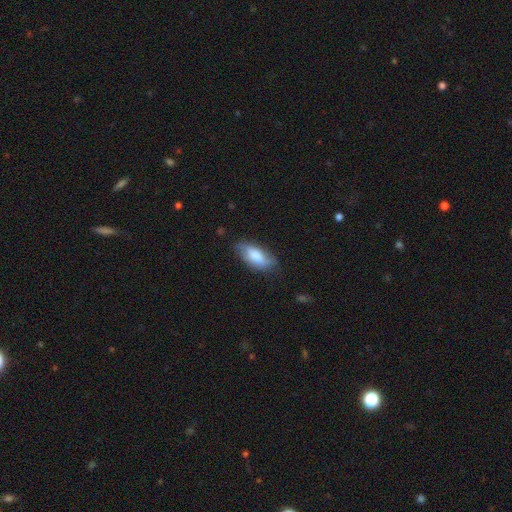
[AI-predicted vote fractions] Overall: smooth (71%). How rounded: in between (87%). Merging: none (68%).